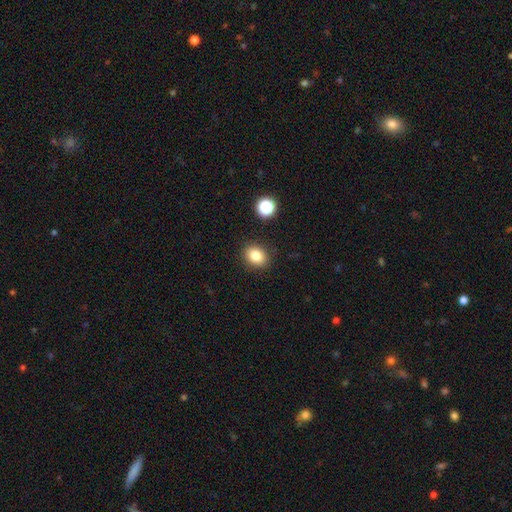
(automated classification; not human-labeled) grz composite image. It shows a smooth galaxy with no disk features (82%) that is in between round and cigar-shaped (52%). Merging: none (88%).